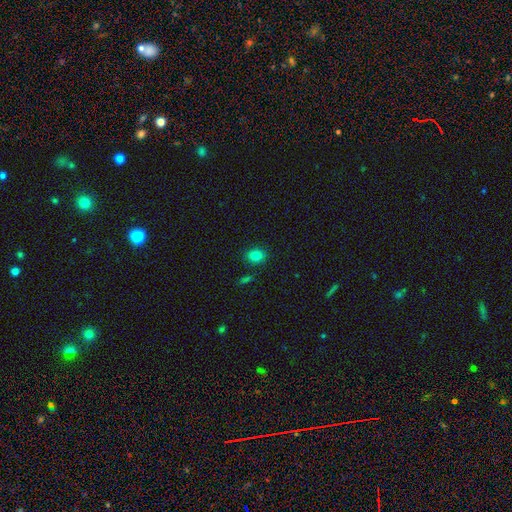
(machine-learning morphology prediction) Overall: smooth (82%). How rounded: round (59%; in between 40%). Merging: none (86%).